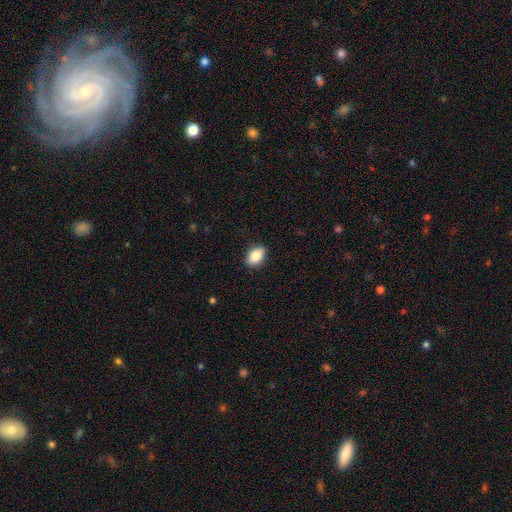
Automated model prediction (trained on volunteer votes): Overall: smooth (84%). How rounded: in between (86%). Merging: none (88%).